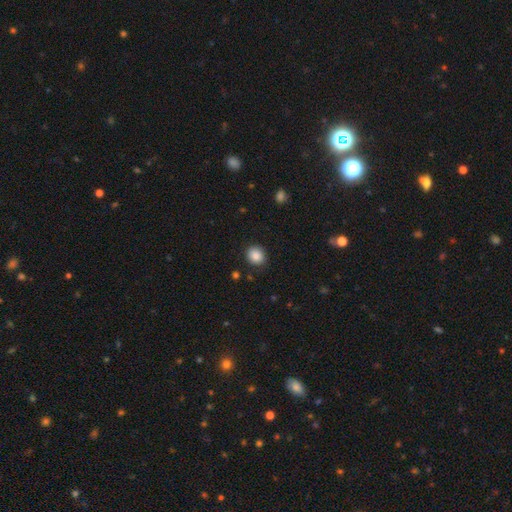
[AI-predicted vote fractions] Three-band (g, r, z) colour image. It shows a smooth galaxy with no disk features (88%) that is round (77%). Merging: none (88%).